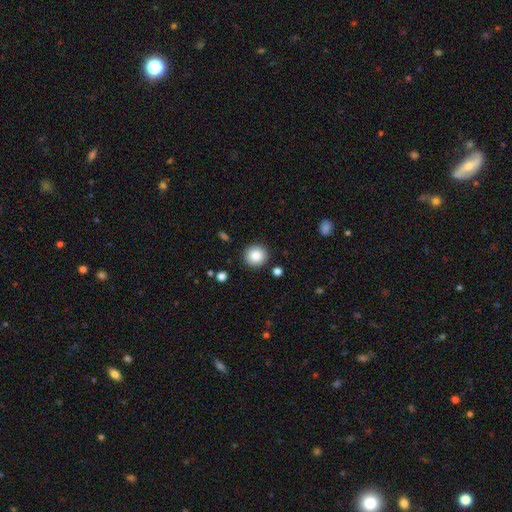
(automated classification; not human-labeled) smooth 86%, star or artifact 8%, featured or disk 5%. Down the decision tree: how rounded — round (90%); merging — none (90%).